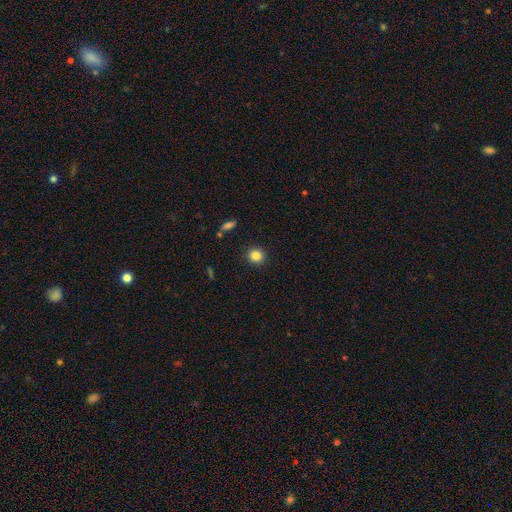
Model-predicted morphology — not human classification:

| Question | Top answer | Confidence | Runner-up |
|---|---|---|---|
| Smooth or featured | smooth | 84% | star or artifact (11%) |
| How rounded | round | 90% | in between (9%) |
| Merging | none | 91% | minor disturbance (6%) |